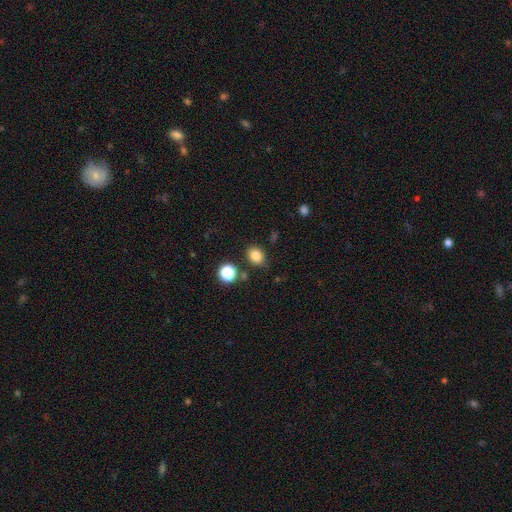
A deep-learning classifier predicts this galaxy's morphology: Smooth or featured: smooth — 82% (star or artifact — 13%)
How rounded: round — 56% (in between — 43%)
Merging: none — 79% (minor disturbance — 13%)